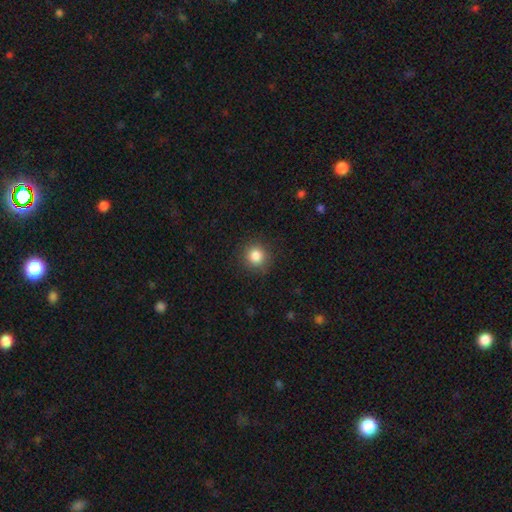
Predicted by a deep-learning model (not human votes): Smooth or featured?
  - smooth: 84% *
  - star or artifact: 11%
  - featured or disk: 5%
How rounded?
  - round: 93% *
  - in between: 6%
  - cigar-shaped: 1%
Merging?
  - none: 88% *
  - minor disturbance: 8%
  - major disturbance: 3%
  - merger: 1%